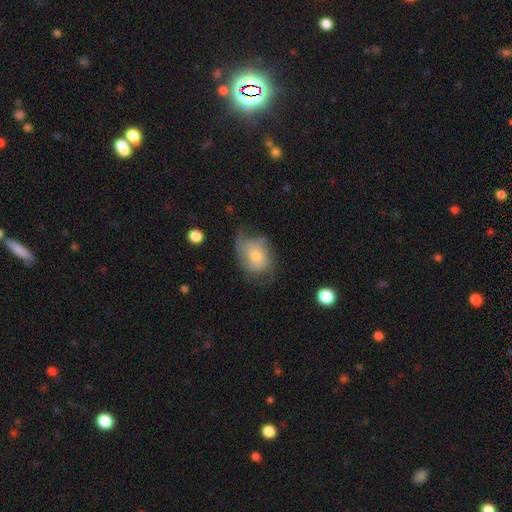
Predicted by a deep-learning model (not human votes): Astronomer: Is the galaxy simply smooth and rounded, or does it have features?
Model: smooth — 46% (runner-up: featured or disk, 45%).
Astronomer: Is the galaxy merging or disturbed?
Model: none — 41% (runner-up: minor disturbance, 32%).